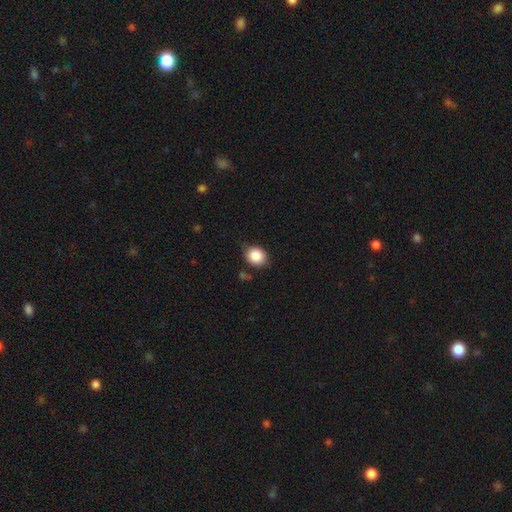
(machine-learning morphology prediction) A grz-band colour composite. It shows a smooth galaxy with no disk features (87%) that is round (65%). Merging: none (76%).